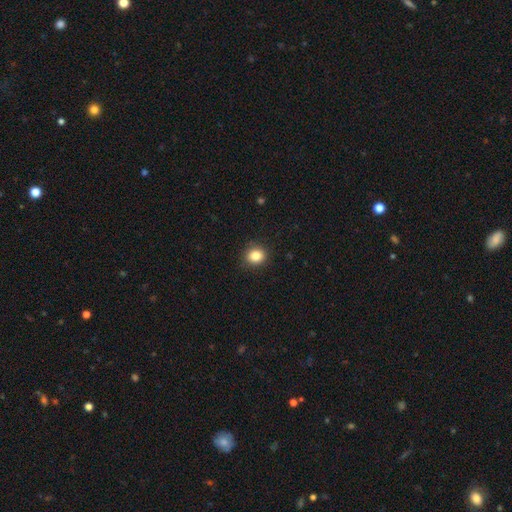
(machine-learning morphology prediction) smooth-or-featured: smooth: 84% | star or artifact: 10% | featured or disk: 6%
  how-rounded: round: 71% | in between: 28% | cigar-shaped: 1%
  merging: none: 90% | minor disturbance: 7% | major disturbance: 2% | merger: 1%